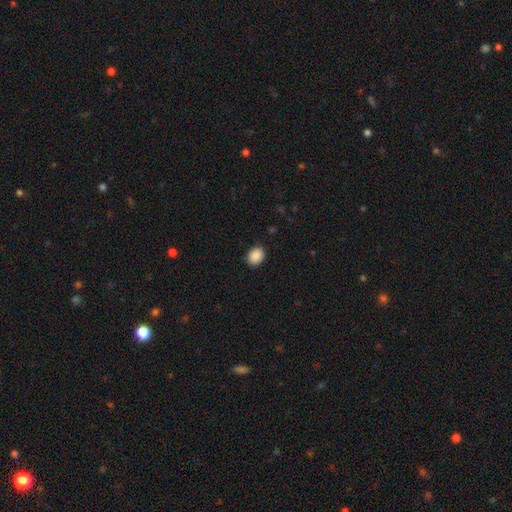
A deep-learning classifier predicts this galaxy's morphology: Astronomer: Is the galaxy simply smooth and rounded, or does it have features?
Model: smooth — 90%.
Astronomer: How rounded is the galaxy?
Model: in between — 59% (runner-up: round, 40%).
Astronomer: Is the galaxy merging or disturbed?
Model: none — 89%.